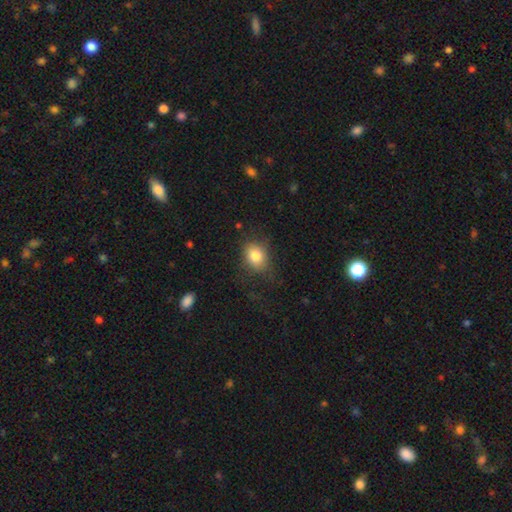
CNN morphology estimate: The model was most divided on "how rounded": round: 50%, in between: 49%, cigar-shaped: 1%. More confident: smooth or featured — smooth (81%); merging — none (70%).